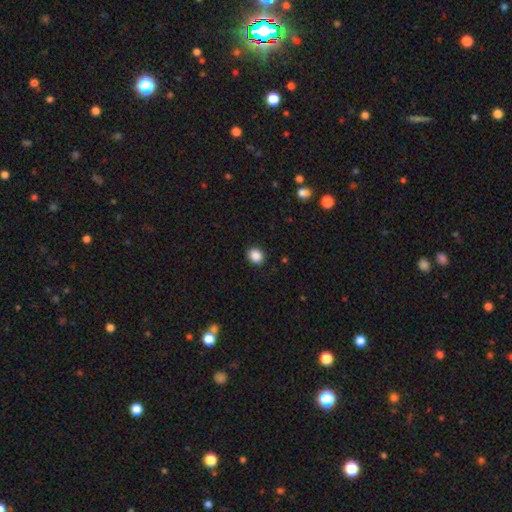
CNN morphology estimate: This appears to be a smooth galaxy with no disk features (88%) that is round (74%). Merging: none (90%).